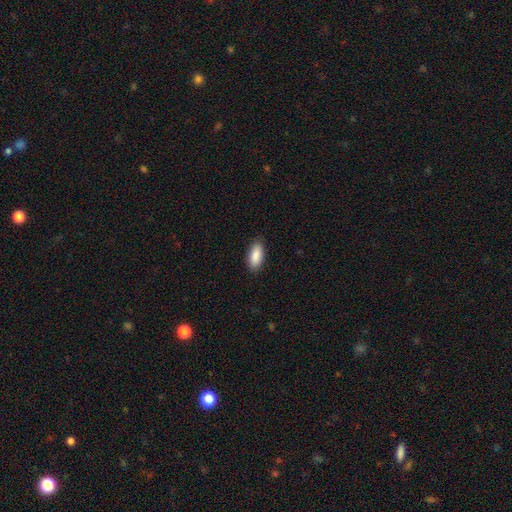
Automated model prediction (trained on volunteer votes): The model was most divided on "how rounded": in between: 87%, cigar-shaped: 11%, round: 2%. More confident: smooth or featured — smooth (89%); merging — none (88%).